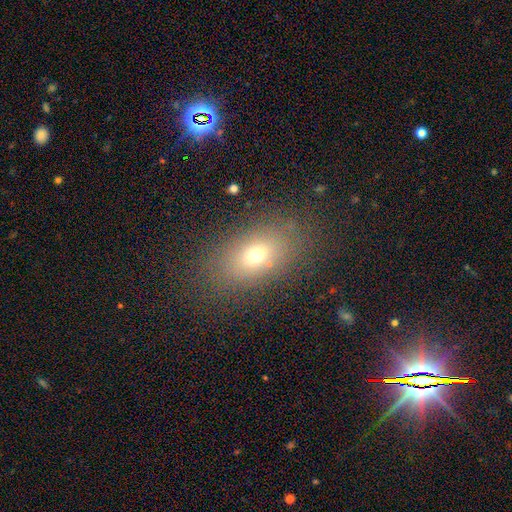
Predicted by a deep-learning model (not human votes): Q: Smooth or featured?
A: smooth (66%); runner-up: star or artifact (18%)
Q: How rounded?
A: in between (72%); runner-up: round (25%)
Q: Merging?
A: none (77%); runner-up: minor disturbance (12%)